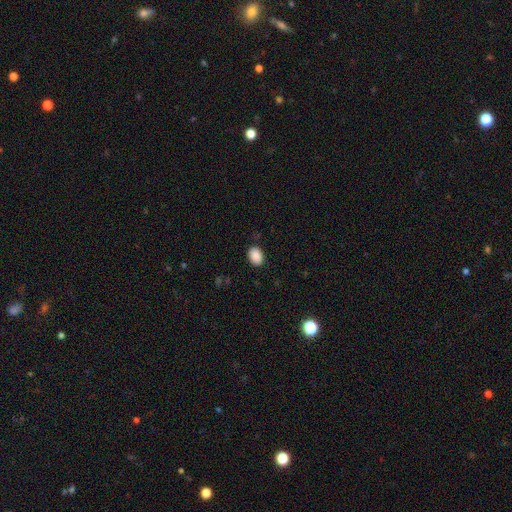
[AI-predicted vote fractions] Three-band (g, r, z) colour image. It shows a smooth galaxy with no disk features (89%) that is in between round and cigar-shaped (80%). Merging: none (86%).